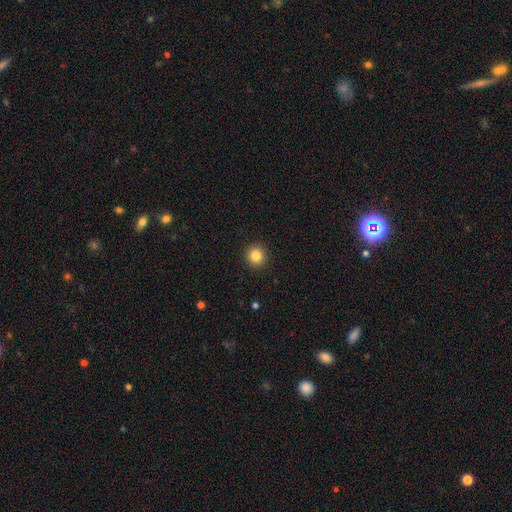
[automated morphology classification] smooth 85%, star or artifact 11%, featured or disk 4%. Down the decision tree: how rounded — round (93%); merging — none (92%).